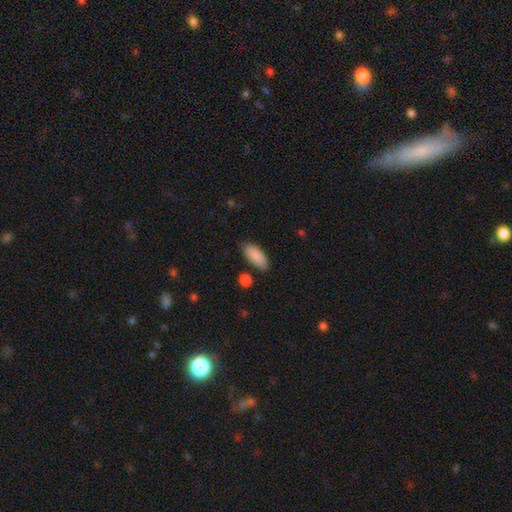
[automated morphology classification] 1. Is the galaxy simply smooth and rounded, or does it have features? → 89% smooth, 6% star or artifact, 5% featured or disk.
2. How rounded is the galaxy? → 84% in between, 14% cigar-shaped, 2% round.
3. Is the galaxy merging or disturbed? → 82% none, 12% minor disturbance, 3% merger, 3% major disturbance.